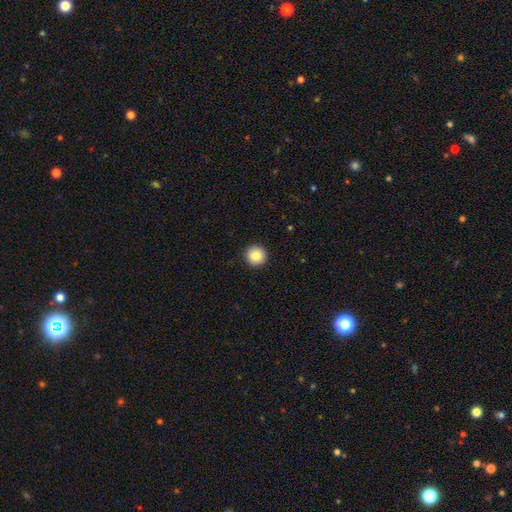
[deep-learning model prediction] A smooth galaxy with no disk features (86%) that is round (96%).

Vote fractions:
- Smooth or featured? smooth: 86% / star or artifact: 9% / featured or disk: 5%
- How rounded? round: 96% / in between: 3% / cigar-shaped: 1%
- Merging? none: 93% / minor disturbance: 5% / major disturbance: 2% / merger: 1%